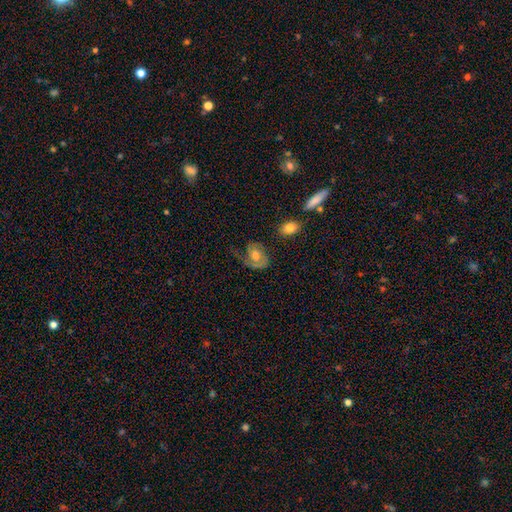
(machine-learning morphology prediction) A featured or disk galaxy (69%) with no bar (71%), 1 (52%) medium (39%, tied with tight) spiral arms (88%) and a moderate central bulge (63%).

Vote fractions:
- Smooth or featured? featured or disk: 69% / smooth: 24% / star or artifact: 8%
- Edge-on disk? no: 96% / yes: 4%
- Bar? no: 71% / weak: 24% / strong: 5%
- Spiral arms? yes: 88% / no: 12%
- Spiral winding? medium: 39% (tied) / tight: 39% (tied) / loose: 22%
- Spiral arm count? 1: 52% / 2: 35% / can't tell: 9% / 3: 2% / 4: 1% / more than 4: 1%
- Bulge size? moderate: 63% / large: 17% / small: 15% / none: 3% / dominant: 2%
- Merging? none: 52% / major disturbance: 24% / minor disturbance: 21% / merger: 3%